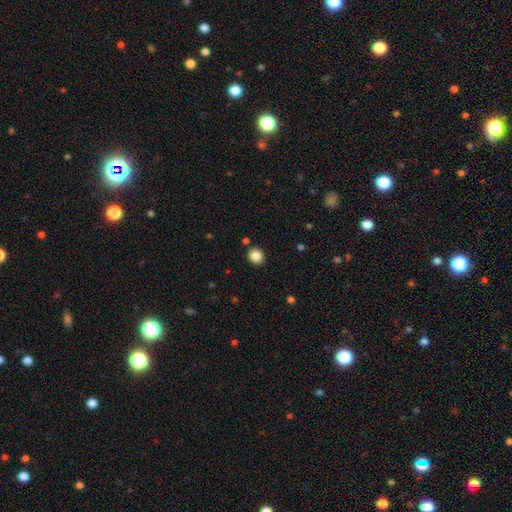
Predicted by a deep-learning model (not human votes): Q: Smooth or featured?
A: smooth (86%); runner-up: star or artifact (10%)
Q: How rounded?
A: round (88%); runner-up: in between (11%)
Q: Merging?
A: none (89%); runner-up: minor disturbance (6%)